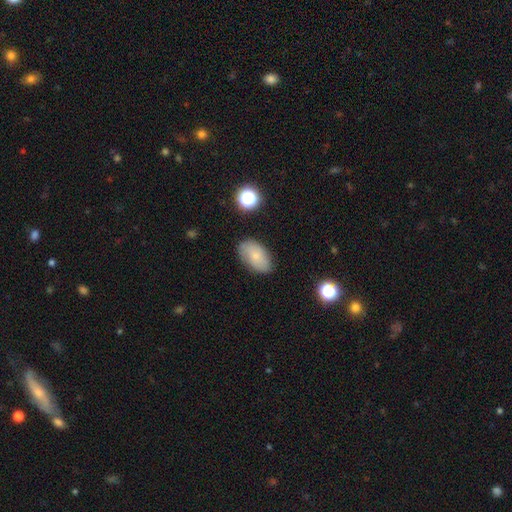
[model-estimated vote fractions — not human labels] This is likely a smooth galaxy (66%). How rounded: clearly in between (91%). Merging: likely none (77%).